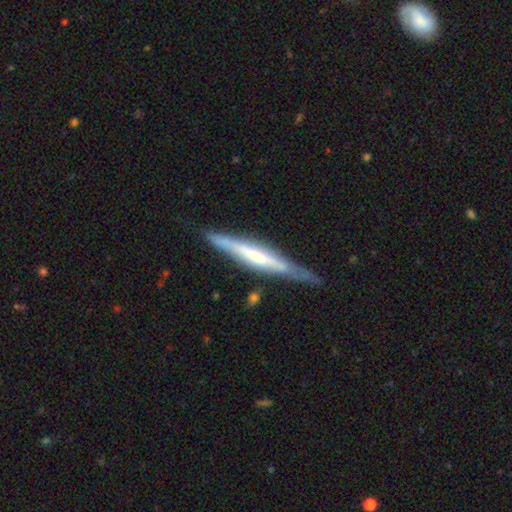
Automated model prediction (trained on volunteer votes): This is likely a featured or disk galaxy (66%). It is clearly viewed edge-on (93%). Edge-on bulge: marginally none (37%). Merging: likely none (78%).